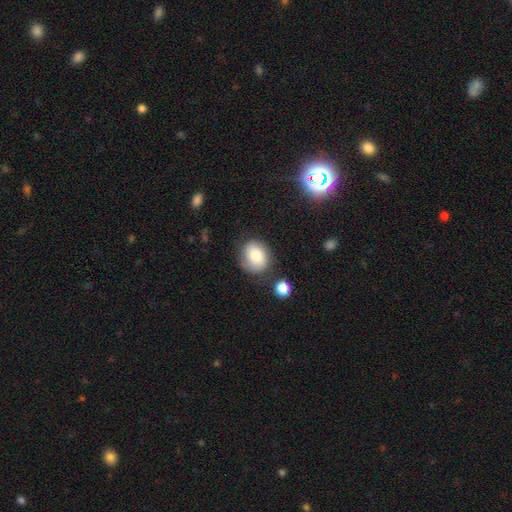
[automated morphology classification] Smooth or featured?
  - smooth: 76% *
  - featured or disk: 15%
  - star or artifact: 9%
How rounded?
  - round: 60% *
  - in between: 39%
  - cigar-shaped: 1%
Merging?
  - none: 73% *
  - minor disturbance: 17%
  - major disturbance: 5%
  - merger: 4%